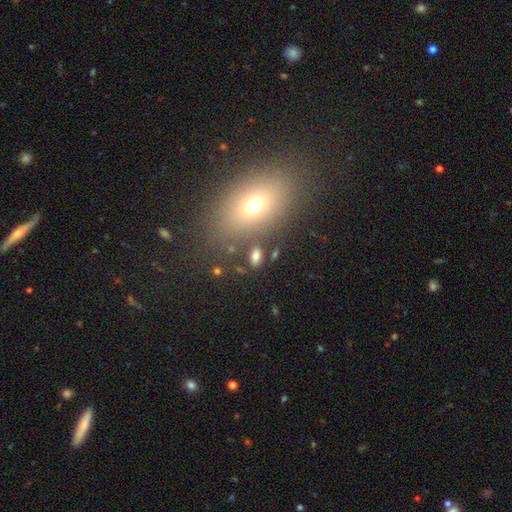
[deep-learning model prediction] Smooth or featured? Predicted: smooth (p=0.77). How rounded? Predicted: in between (p=0.86). Merging? Predicted: none (p=0.80).